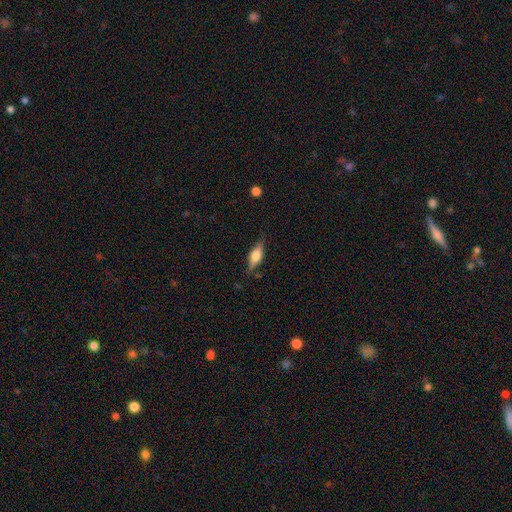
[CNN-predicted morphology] A featured or disk galaxy (49%). Merging: none (80%).